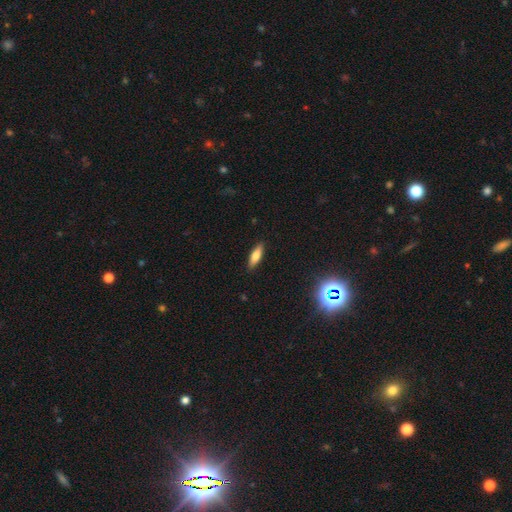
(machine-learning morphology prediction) The model was most divided on "how rounded" (2-way tie): cigar-shaped: 49%, in between: 49%, round: 2%. More confident: merging — none (89%); smooth or featured — smooth (72%).